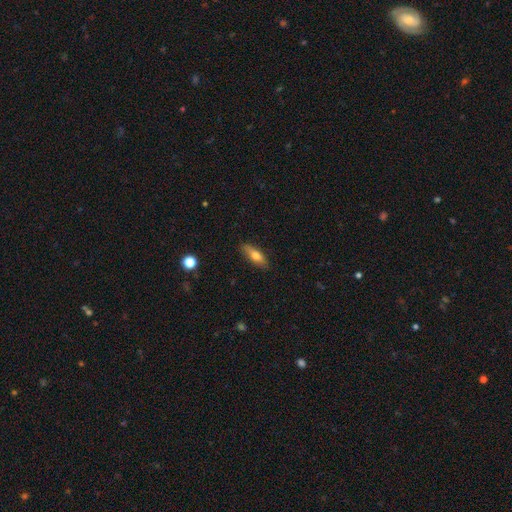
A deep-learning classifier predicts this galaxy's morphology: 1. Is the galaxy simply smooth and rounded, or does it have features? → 69% smooth, 24% featured or disk, 7% star or artifact.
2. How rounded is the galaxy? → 58% in between, 39% cigar-shaped, 3% round.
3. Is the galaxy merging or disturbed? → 84% none, 12% minor disturbance, 2% major disturbance, 1% merger.